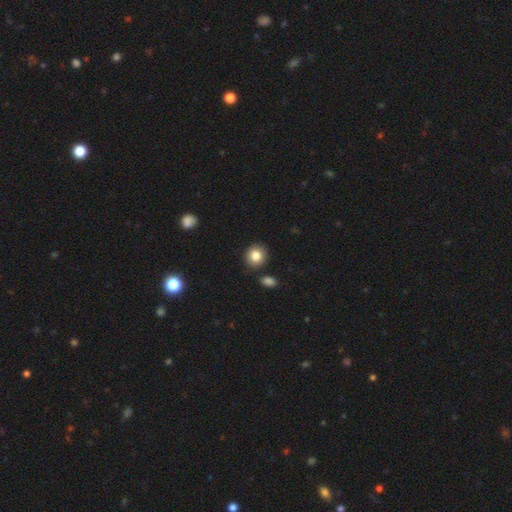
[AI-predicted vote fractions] Overall: smooth (83%). How rounded: round (82%). Merging: none (86%).